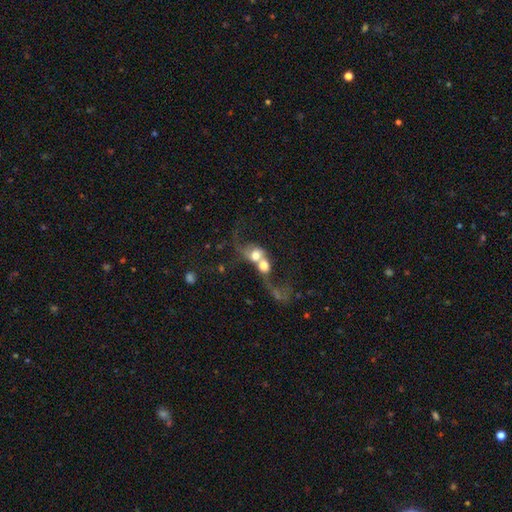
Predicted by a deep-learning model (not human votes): Overall: smooth (51%; featured or disk 38%). How rounded: round (62%; in between 36%). Merging: merger (81%).